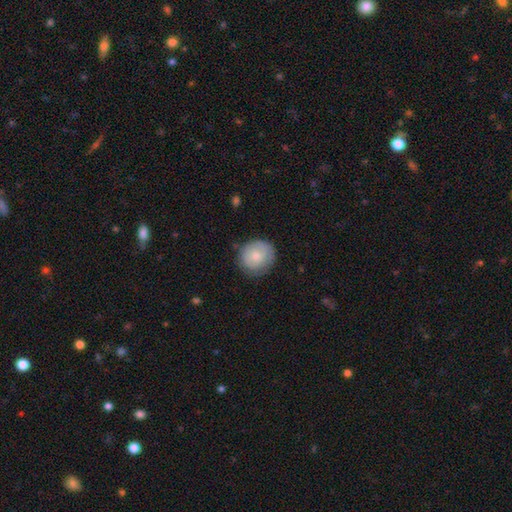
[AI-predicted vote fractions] A smooth galaxy with no disk features (72%) that is round (84%). Merging: none (74%).